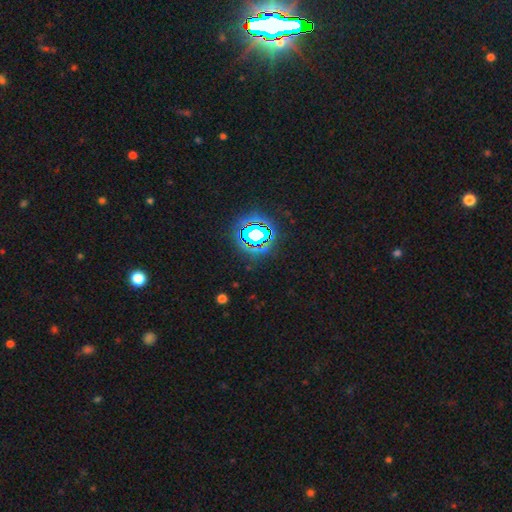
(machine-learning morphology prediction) smooth_or_featured: star or artifact (p=0.81) [alt: smooth p=0.12]